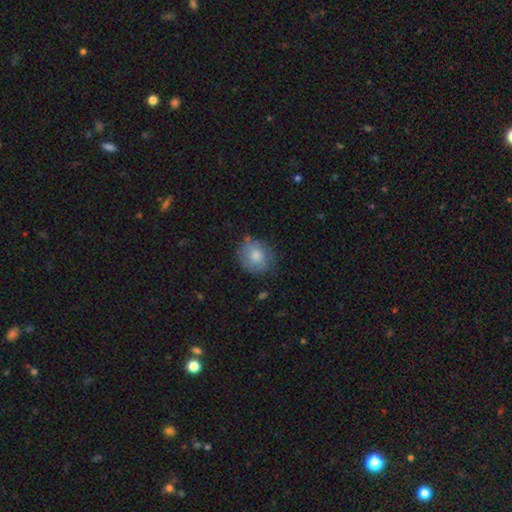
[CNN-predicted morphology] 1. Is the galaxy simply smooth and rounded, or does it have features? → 72% smooth, 20% featured or disk, 7% star or artifact.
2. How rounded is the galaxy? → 70% round, 29% in between, 1% cigar-shaped.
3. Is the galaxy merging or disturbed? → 71% none, 21% minor disturbance, 6% major disturbance, 2% merger.